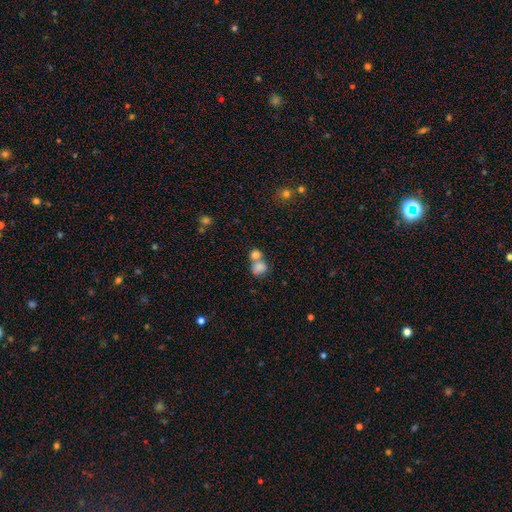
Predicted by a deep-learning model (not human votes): This is likely a smooth galaxy (80%). How rounded: likely round (63%). Merging: possibly merger (59%).